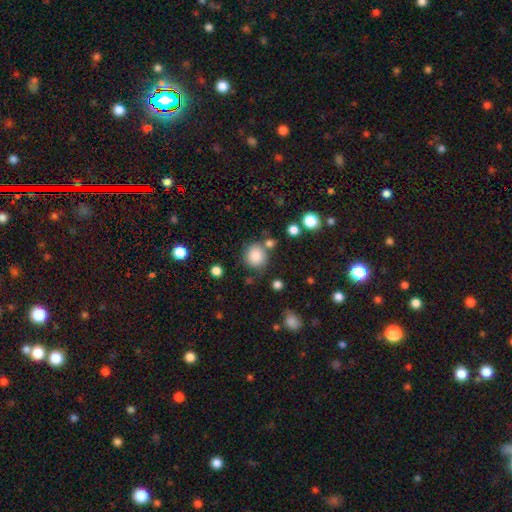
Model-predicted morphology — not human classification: Smooth or featured? Predicted: smooth (p=0.85). How rounded? Predicted: round (p=0.87). Merging? Predicted: none (p=0.74).